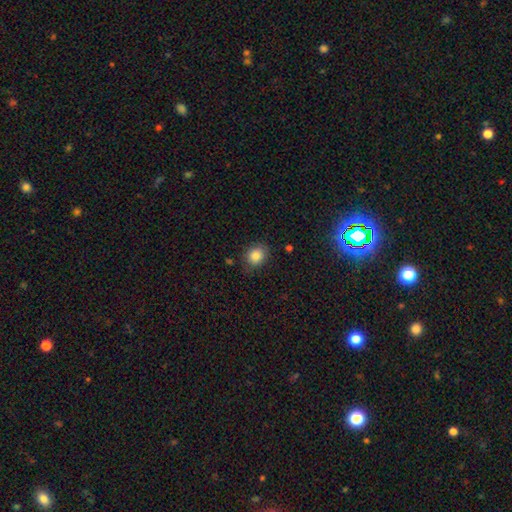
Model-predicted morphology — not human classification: smooth 85%, star or artifact 10%, featured or disk 5%. Down the decision tree: how rounded — round (65%); merging — none (80%).